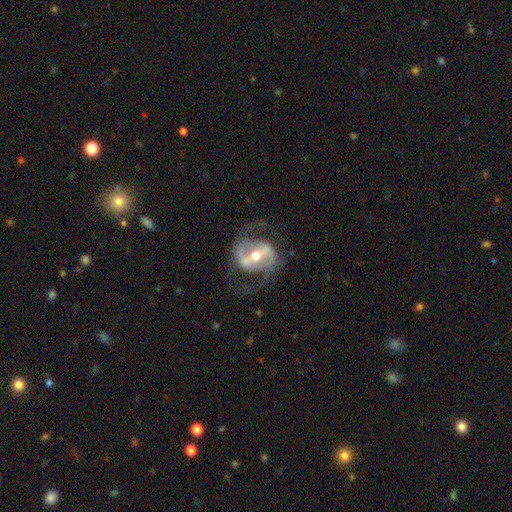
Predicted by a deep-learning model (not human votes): Smooth or featured: featured or disk — 87% (smooth — 8%)
Edge-on disk: no — 96% (yes — 4%)
Bar: strong — 59% (weak — 30%)
Spiral arms: yes — 90% (no — 10%)
Spiral winding: medium — 52% (loose — 33%)
Spiral arm count: 2 — 91% (can't tell — 4%)
Bulge size: moderate — 70% (small — 22%)
Merging: none — 70% (major disturbance — 14%)